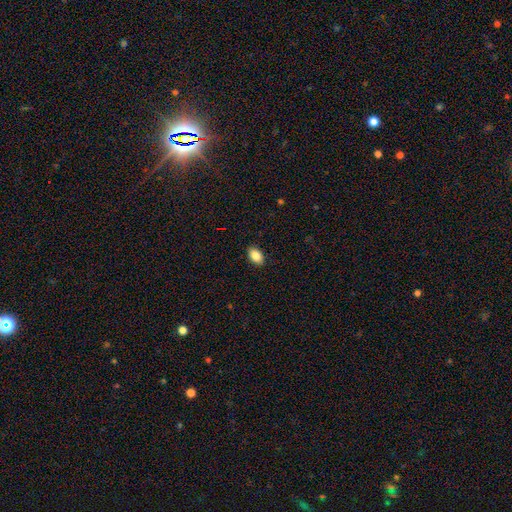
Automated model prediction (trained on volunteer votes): Smooth or featured: smooth — 87% (star or artifact — 8%)
How rounded: in between — 88% (round — 11%)
Merging: none — 90% (minor disturbance — 8%)